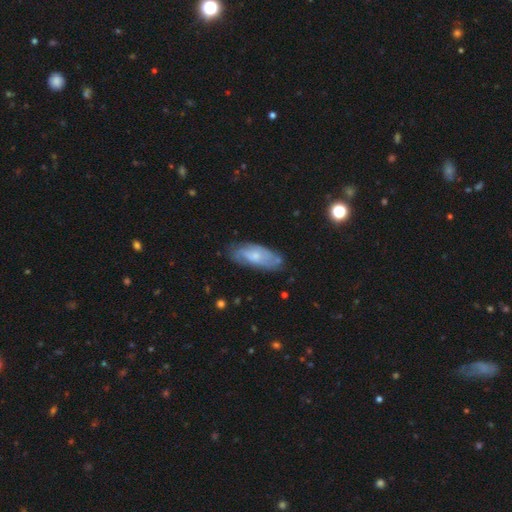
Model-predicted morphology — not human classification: The model was most divided on "smooth or featured": featured or disk: 56%, smooth: 37%, star or artifact: 7%. More confident: edge-on disk — no (87%); merging — none (69%).